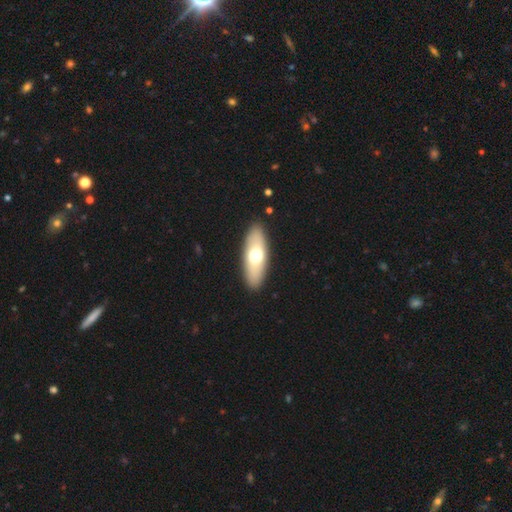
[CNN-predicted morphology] Smooth or featured? Predicted: smooth (p=0.63). How rounded? Predicted: in between (p=0.67). Merging? Predicted: none (p=0.90).